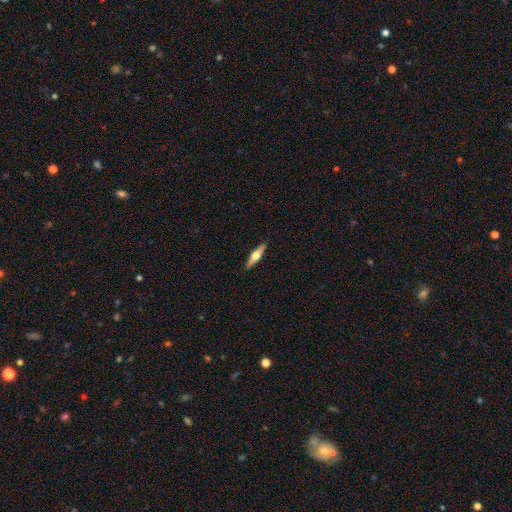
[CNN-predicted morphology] smooth-or-featured: featured or disk: 59% | smooth: 36% | star or artifact: 5%
  disk-edge-on: yes: 96% | no: 4%
    edge-on-bulge: rounded: 94% | boxy: 4% | none: 2%
  merging: none: 91% | minor disturbance: 7% | major disturbance: 2% | merger: 1%